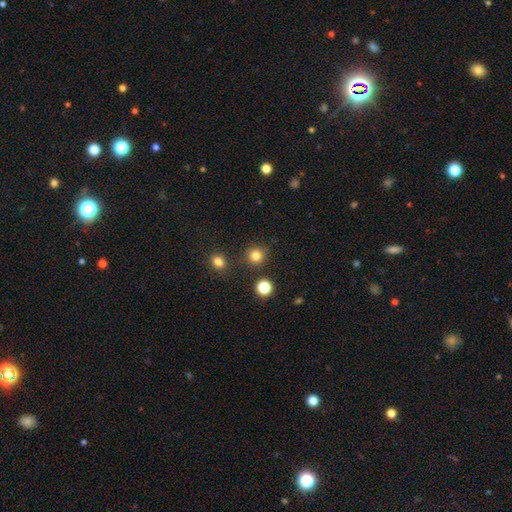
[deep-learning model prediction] smooth 81%, star or artifact 14%, featured or disk 5%. Down the decision tree: how rounded — round (91%); merging — none (85%).